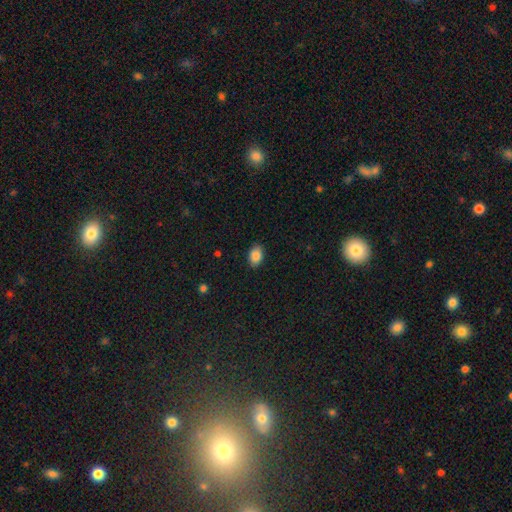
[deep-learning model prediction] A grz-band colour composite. It shows a smooth galaxy with no disk features (87%) that is in between round and cigar-shaped (84%). Merging: none (88%).